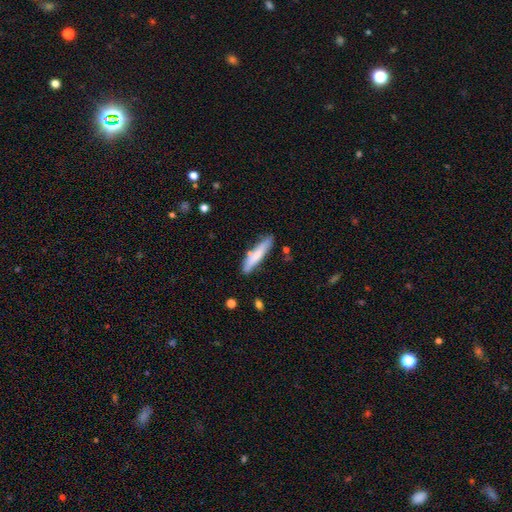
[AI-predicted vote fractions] Morphology: type=smooth (73%); roundness=cigar-shaped (84%); merging=none (78%).